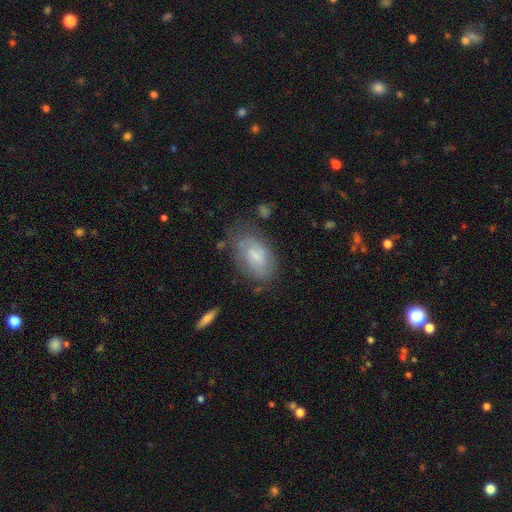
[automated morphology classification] Q: Smooth or featured?
A: smooth (48%); runner-up: featured or disk (44%)
Q: Merging?
A: none (61%); runner-up: minor disturbance (25%)